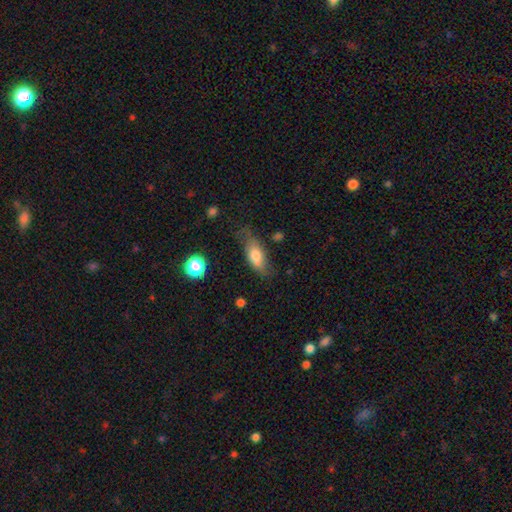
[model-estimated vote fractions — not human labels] A smooth galaxy with no disk features (72%) that is in between round and cigar-shaped (82%). Merging: none (58%).